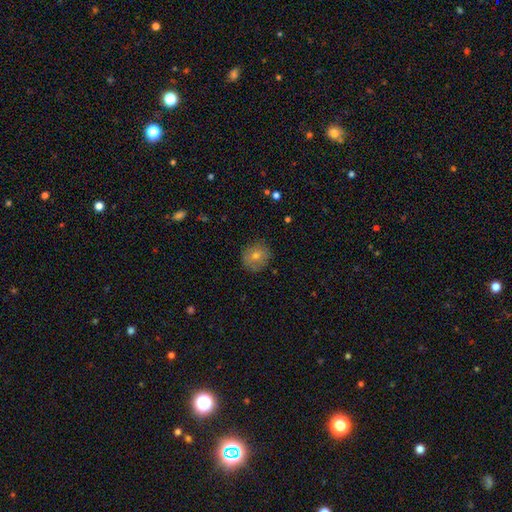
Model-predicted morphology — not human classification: Smooth or featured?
  - smooth: 69% *
  - featured or disk: 18%
  - star or artifact: 13%
How rounded?
  - round: 88% *
  - in between: 11%
  - cigar-shaped: 1%
Merging?
  - none: 83% *
  - minor disturbance: 13%
  - major disturbance: 3%
  - merger: 1%